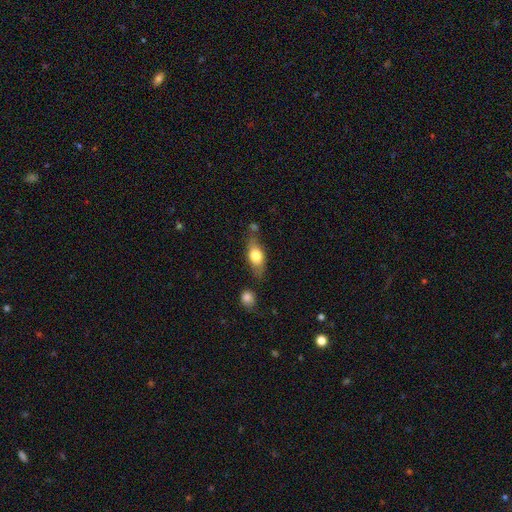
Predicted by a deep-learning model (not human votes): smooth-or-featured: smooth: 70% | featured or disk: 24% | star or artifact: 7%
  how-rounded: in between: 77% | cigar-shaped: 16% | round: 7%
  merging: none: 63% | minor disturbance: 21% | merger: 10% | major disturbance: 6%